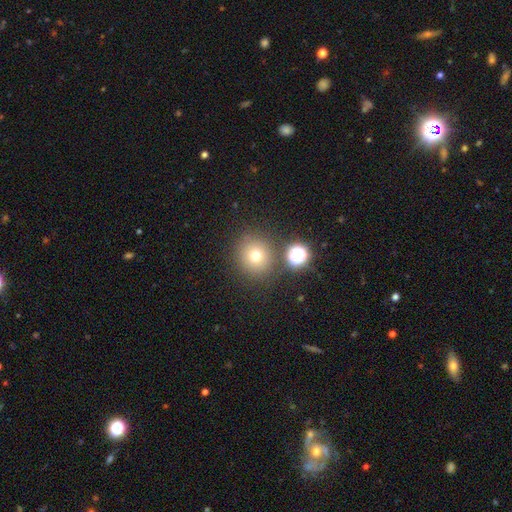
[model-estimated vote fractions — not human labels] This appears to be a smooth galaxy with no disk features (72%) that is round (92%). Merging: none (81%).